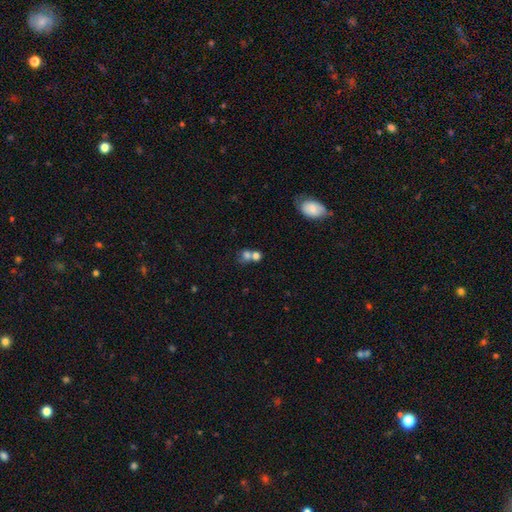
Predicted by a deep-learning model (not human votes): The model was most divided on "merging": merger: 44%, none: 41%, minor disturbance: 9%, major disturbance: 5%. More confident: how rounded — round (63%); smooth or featured — smooth (61%).